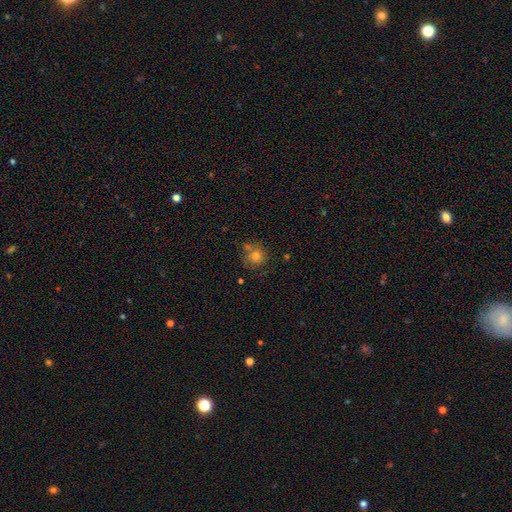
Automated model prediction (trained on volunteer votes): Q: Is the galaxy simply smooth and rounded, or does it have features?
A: smooth — 75%.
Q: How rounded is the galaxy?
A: round — 89%.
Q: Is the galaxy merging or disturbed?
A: none — 62%.